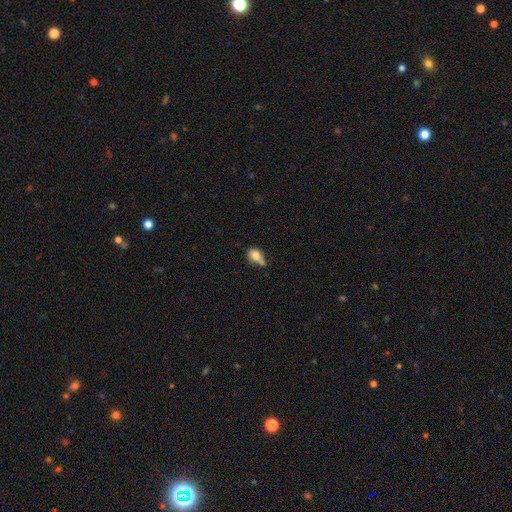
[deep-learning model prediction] smooth 77%, featured or disk 13%, star or artifact 9%. Down the decision tree: how rounded — in between (72%); merging — none (35%).